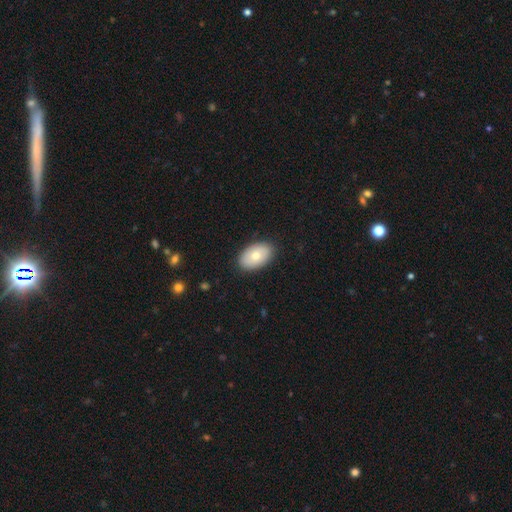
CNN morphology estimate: A smooth galaxy with no disk features (73%) that is in between round and cigar-shaped (92%).

Vote fractions:
- Smooth or featured? smooth: 73% / featured or disk: 21% / star or artifact: 6%
- How rounded? in between: 92% / round: 7% / cigar-shaped: 1%
- Merging? none: 88% / minor disturbance: 9% / major disturbance: 2% / merger: 1%